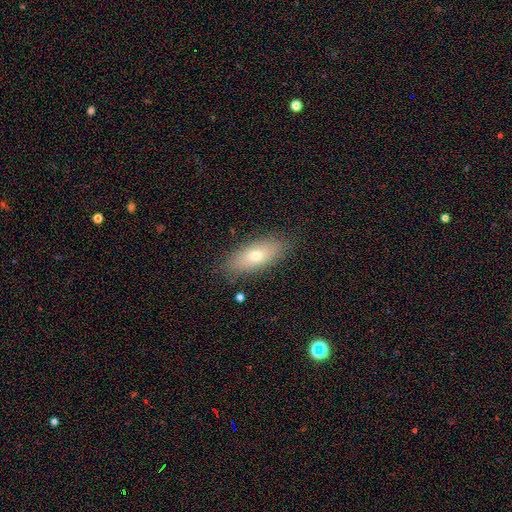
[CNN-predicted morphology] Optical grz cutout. It shows a smooth galaxy with no disk features (70%) that is in between round and cigar-shaped (77%). Merging: none (85%).